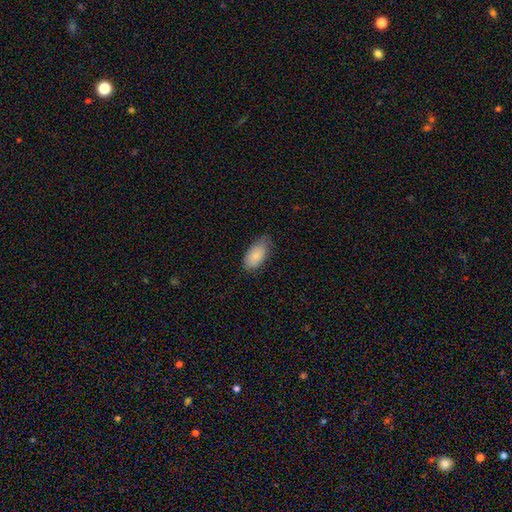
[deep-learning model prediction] Smooth or featured? Predicted: smooth (p=0.86). How rounded? Predicted: in between (p=0.94). Merging? Predicted: none (p=0.60).